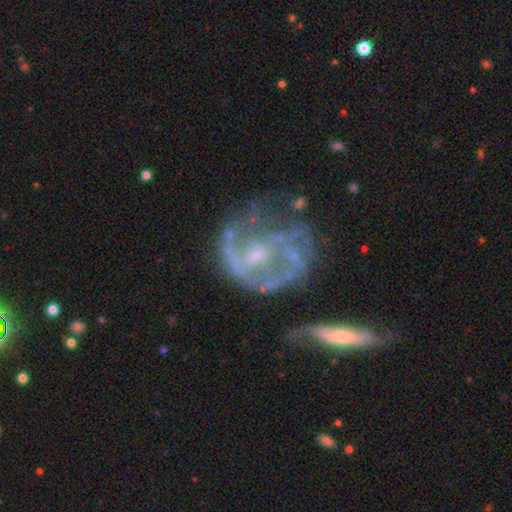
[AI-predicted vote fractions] smooth-or-featured: featured or disk: 79% | smooth: 12% | star or artifact: 9%
  disk-edge-on: no: 97% | yes: 3%
    bar: no: 59% | weak: 32% | strong: 9%
    has-spiral-arms: yes: 68% | no: 32%
      spiral-winding: medium: 40% | tight: 33% | loose: 28%
      spiral-arm-count: 2: 35% (tied) | can't tell: 35% (tied) | 1: 13% | 3: 11% | 4: 4% | more than 4: 3%
    bulge-size: small: 46% | moderate: 31% | none: 19% | large: 2% | dominant: 1%
  merging: none: 40% | major disturbance: 29% | minor disturbance: 20% | merger: 11%